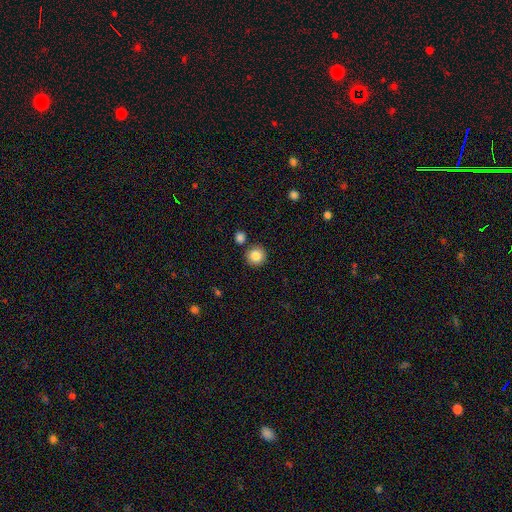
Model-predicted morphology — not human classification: Smooth or featured? Predicted: smooth (p=0.85). How rounded? Predicted: round (p=0.93). Merging? Predicted: none (p=0.83).